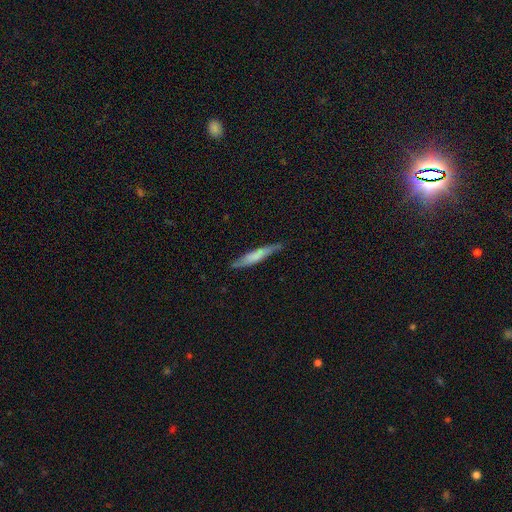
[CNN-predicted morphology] type=smooth (61%); roundness=cigar-shaped (91%); merging=none (79%).